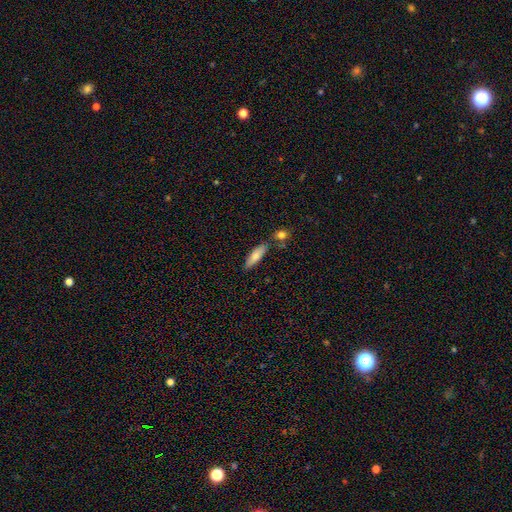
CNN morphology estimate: Smooth or featured? Predicted: smooth (p=0.76). How rounded? Predicted: in between (p=0.49). Merging? Predicted: none (p=0.74).